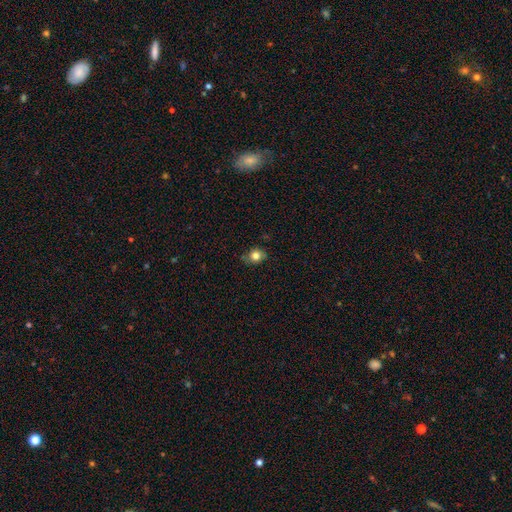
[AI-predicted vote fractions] Overall: smooth (79%). How rounded: round (65%; in between 34%). Merging: none (75%).